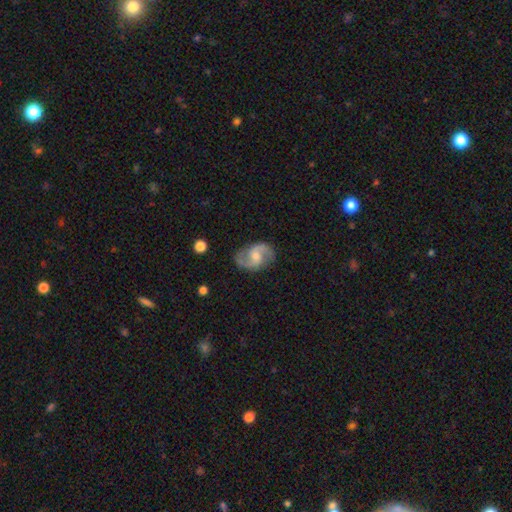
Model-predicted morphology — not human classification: Smooth or featured: featured or disk — 85% (smooth — 9%)
Edge-on disk: no — 98% (yes — 2%)
Bar: weak — 48% (no — 41%)
Spiral arms: yes — 96% (no — 4%)
Spiral winding: medium — 51% (loose — 35%)
Spiral arm count: 2 — 93% (can't tell — 2%)
Bulge size: moderate — 51% (small — 37%)
Merging: none — 83% (minor disturbance — 12%)